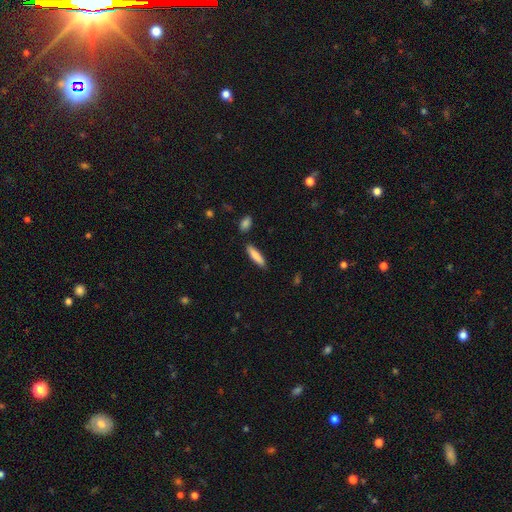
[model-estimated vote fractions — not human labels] smooth-or-featured: smooth: 84% | featured or disk: 11% | star or artifact: 6%
  how-rounded: cigar-shaped: 78% | in between: 20% | round: 1%
  merging: none: 86% | minor disturbance: 9% | merger: 3% | major disturbance: 2%